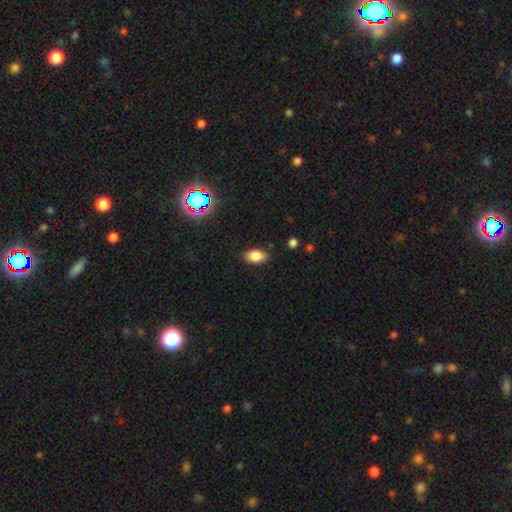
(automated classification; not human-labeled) Smooth or featured? smooth (83%)
How rounded? in between (90%)
Merging? none (85%)